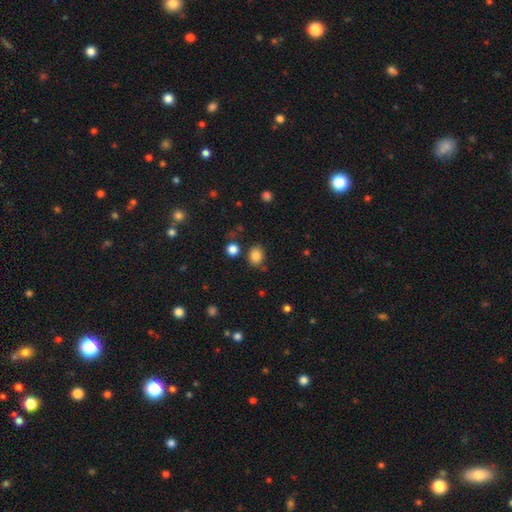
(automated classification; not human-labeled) A smooth galaxy with no disk features (85%) that is round (56%). Merging: none (79%).